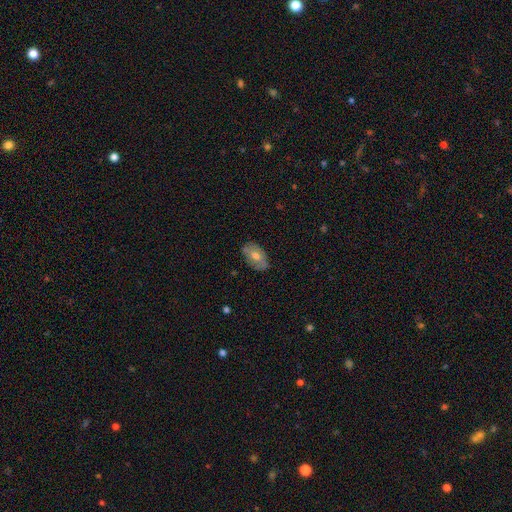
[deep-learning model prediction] Q: Smooth or featured?
A: smooth (52%); runner-up: featured or disk (41%)
Q: How rounded?
A: in between (89%); runner-up: round (9%)
Q: Merging?
A: none (79%); runner-up: minor disturbance (16%)